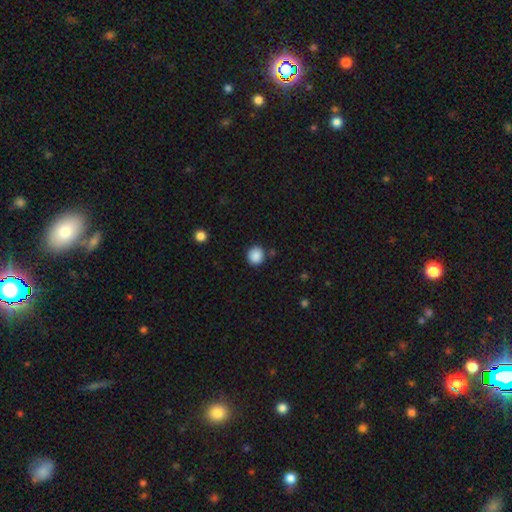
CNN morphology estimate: This appears to be a smooth galaxy with no disk features (88%) that is round (88%). Merging: none (88%).